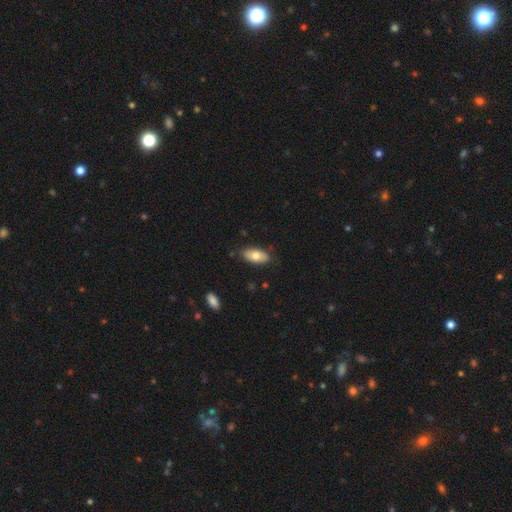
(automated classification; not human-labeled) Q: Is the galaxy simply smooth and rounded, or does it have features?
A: smooth — 77%.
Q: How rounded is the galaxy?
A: in between — 92%.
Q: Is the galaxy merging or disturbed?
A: none — 82%.